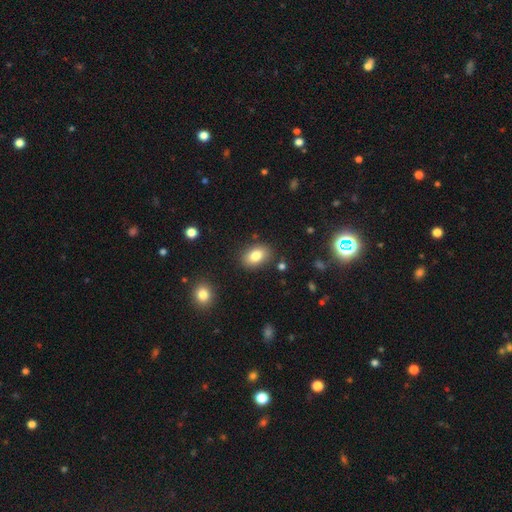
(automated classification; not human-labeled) Smooth or featured?
  - smooth: 82% *
  - featured or disk: 9%
  - star or artifact: 9%
How rounded?
  - in between: 82% *
  - round: 16%
  - cigar-shaped: 1%
Merging?
  - none: 84% *
  - minor disturbance: 10%
  - major disturbance: 3%
  - merger: 3%